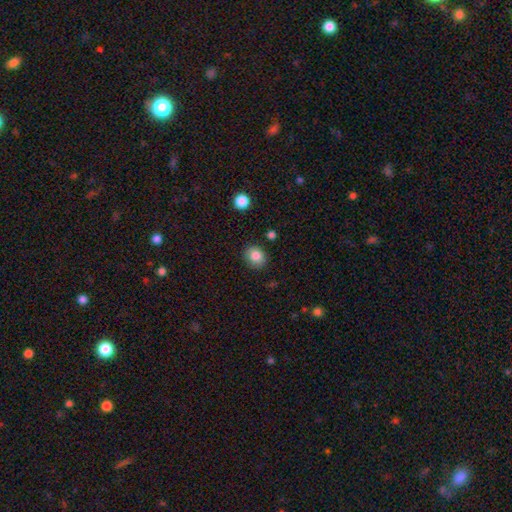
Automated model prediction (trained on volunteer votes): Smooth or featured? smooth (84%)
How rounded? round (63%)
Merging? none (87%)